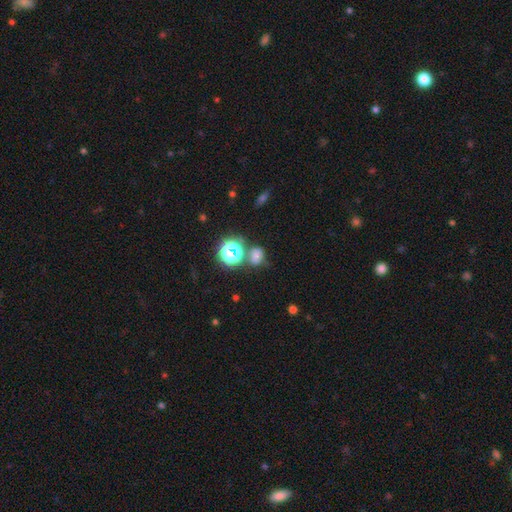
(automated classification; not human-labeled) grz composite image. It shows a smooth galaxy with no disk features (59%) that is round (51%). Merging: none (56%).